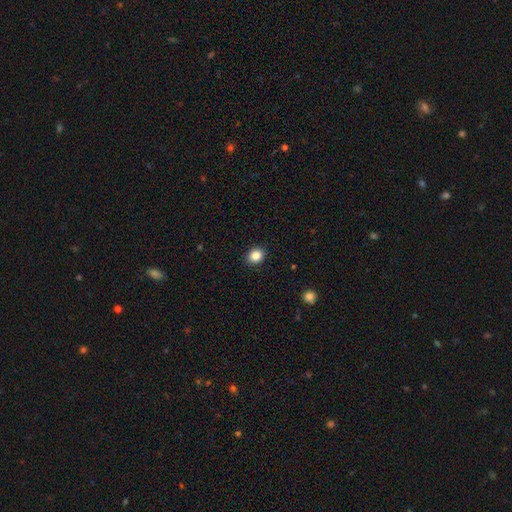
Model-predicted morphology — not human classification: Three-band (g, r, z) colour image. It shows a smooth galaxy with no disk features (86%) that is round (69%). Merging: none (91%).